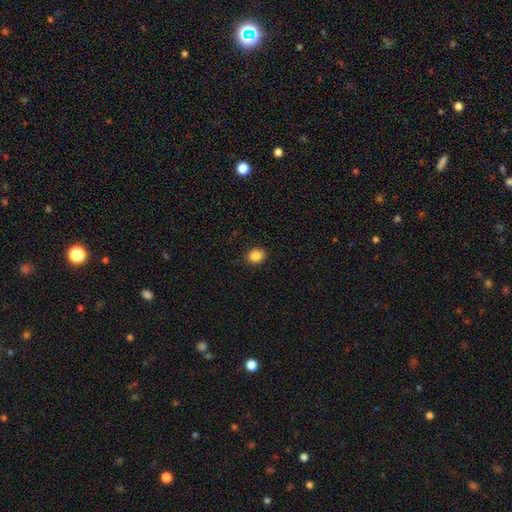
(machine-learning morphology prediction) smooth_or_featured: smooth (p=0.87) [alt: star or artifact p=0.10]
how_rounded: round (p=0.61) [alt: in between p=0.38]
merging: none (p=0.88) [alt: minor disturbance p=0.09]